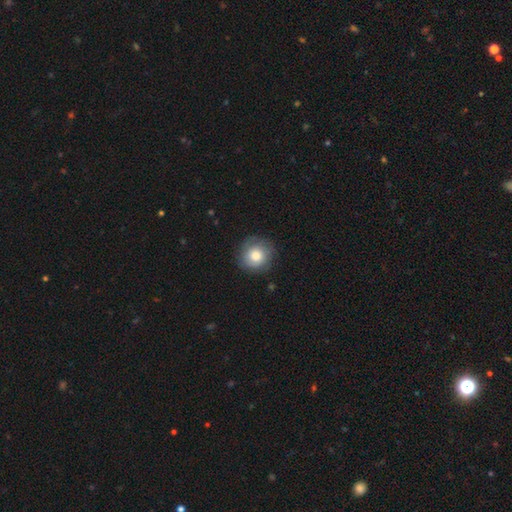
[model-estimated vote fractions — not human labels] Q: Smooth or featured?
A: smooth (72%); runner-up: featured or disk (19%)
Q: How rounded?
A: round (92%); runner-up: in between (7%)
Q: Merging?
A: none (82%); runner-up: minor disturbance (13%)